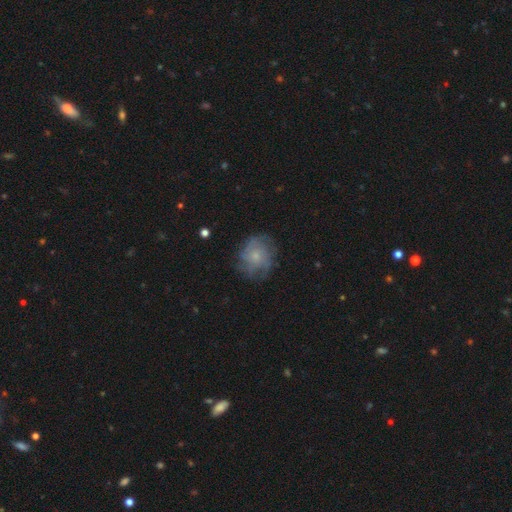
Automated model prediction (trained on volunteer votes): This appears to be a smooth galaxy with no disk features (48%). Merging: none (68%).